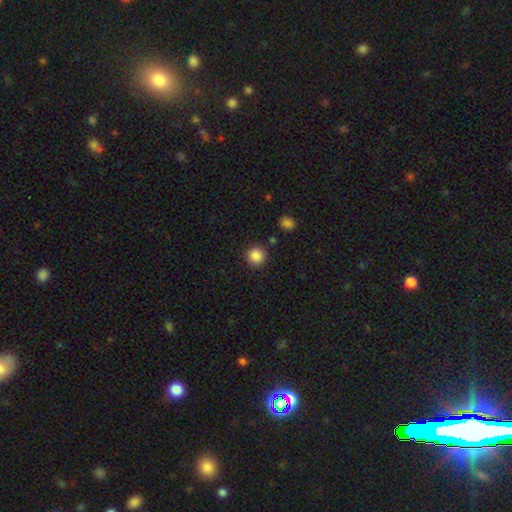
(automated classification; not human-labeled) smooth-or-featured: smooth: 87% | star or artifact: 10% | featured or disk: 3%
  how-rounded: round: 94% | in between: 5% | cigar-shaped: 1%
  merging: none: 88% | minor disturbance: 7% | merger: 3% | major disturbance: 2%